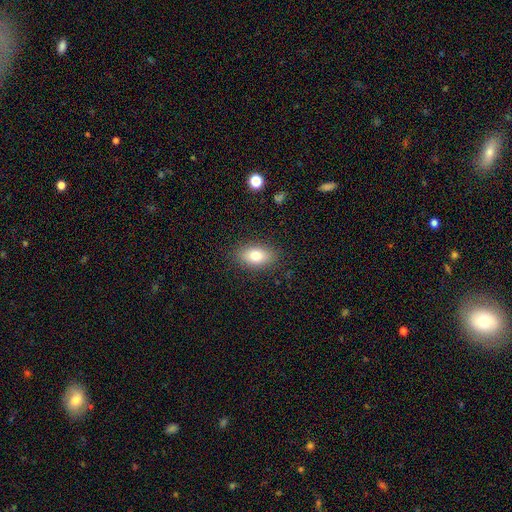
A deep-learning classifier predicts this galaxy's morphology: A smooth galaxy with no disk features (78%) that is in between round and cigar-shaped (88%). Merging: none (87%).